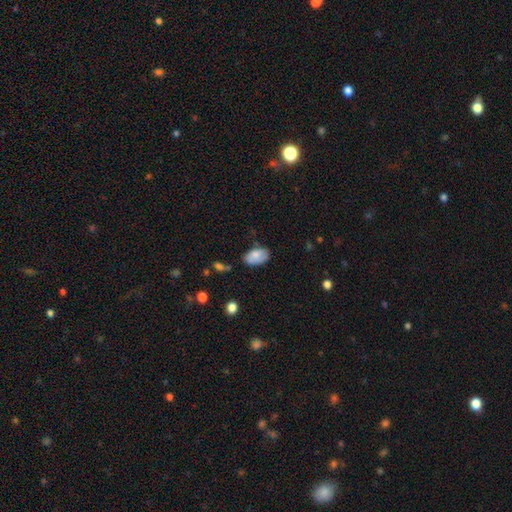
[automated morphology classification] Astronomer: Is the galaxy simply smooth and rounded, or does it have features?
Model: smooth — 78%.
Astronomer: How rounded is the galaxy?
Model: in between — 94%.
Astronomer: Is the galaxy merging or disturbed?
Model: none — 64%.